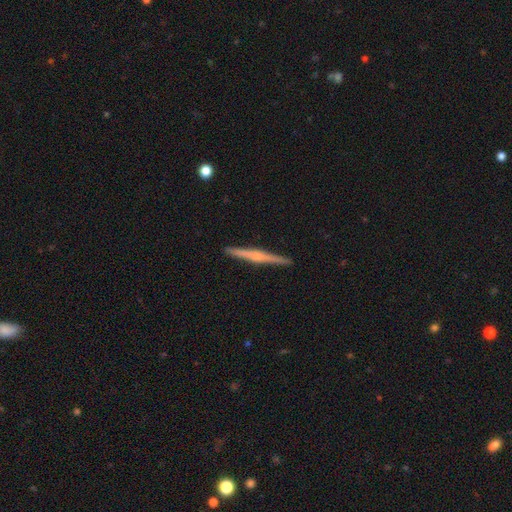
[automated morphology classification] Smooth or featured: featured or disk — 72% (smooth — 23%)
Edge-on disk: yes — 98% (no — 2%)
Edge-on bulge: rounded — 70% (none — 19%)
Merging: none — 92% (minor disturbance — 5%)